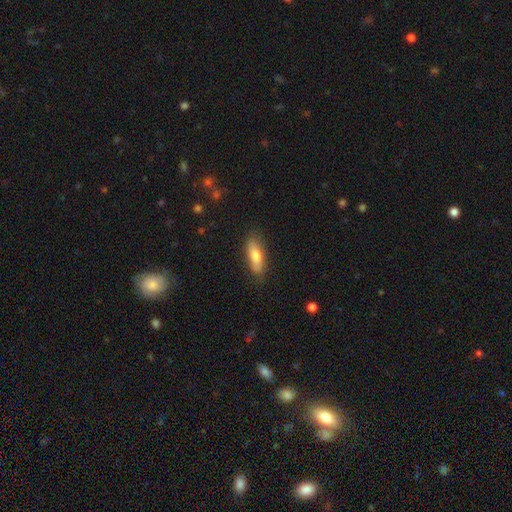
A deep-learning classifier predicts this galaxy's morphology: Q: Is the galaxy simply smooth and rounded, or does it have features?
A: smooth — 73%.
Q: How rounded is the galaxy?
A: in between — 56%.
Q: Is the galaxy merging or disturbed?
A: none — 82%.